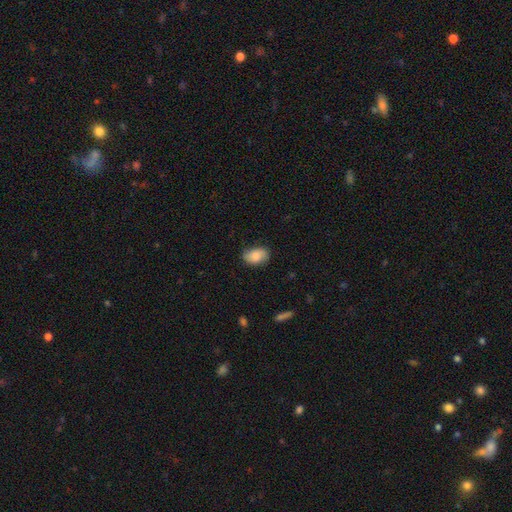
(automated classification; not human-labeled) Overall: smooth (83%). How rounded: in between (88%). Merging: none (79%).